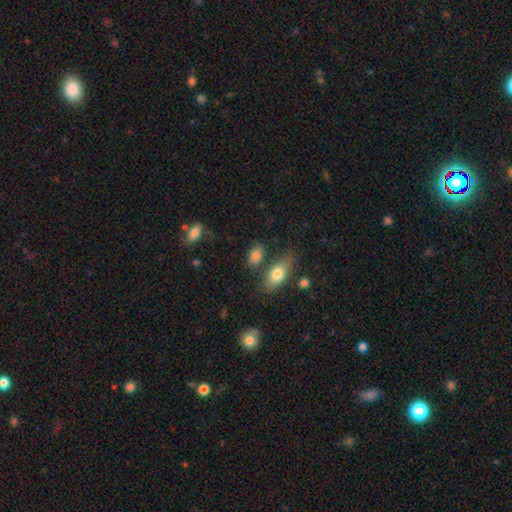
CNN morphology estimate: This appears to be a smooth galaxy with no disk features (83%) that is in between round and cigar-shaped (86%). Merging: none (67%).